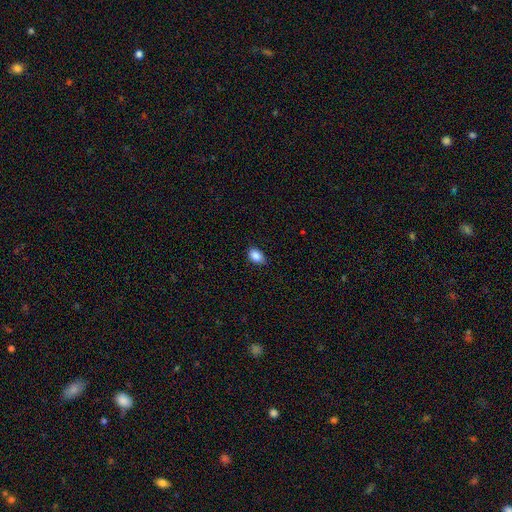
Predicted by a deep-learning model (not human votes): This appears to be a smooth galaxy with no disk features (88%) that is in between round and cigar-shaped (84%). Merging: none (81%).